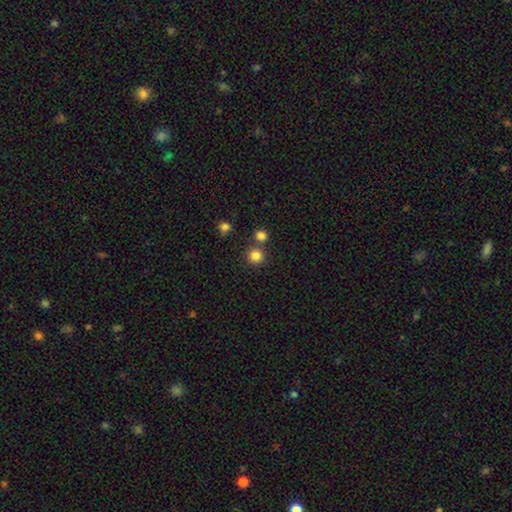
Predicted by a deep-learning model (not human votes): smooth 82%, star or artifact 13%, featured or disk 5%. Down the decision tree: how rounded — round (92%); merging — none (76%).